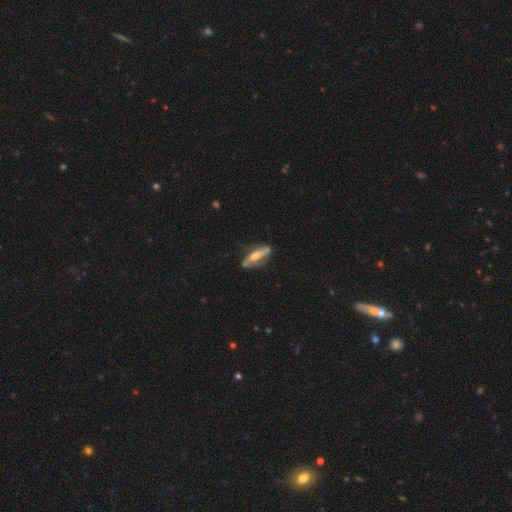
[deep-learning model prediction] This appears to be a featured or disk galaxy (69%) viewed edge-on (57%). Merging: none (70%).